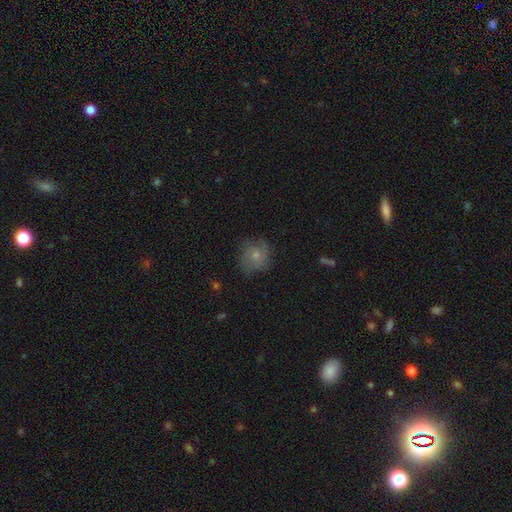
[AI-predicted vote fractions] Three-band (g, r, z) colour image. It shows a smooth galaxy with no disk features (53%) that is round (81%). Merging: none (67%).